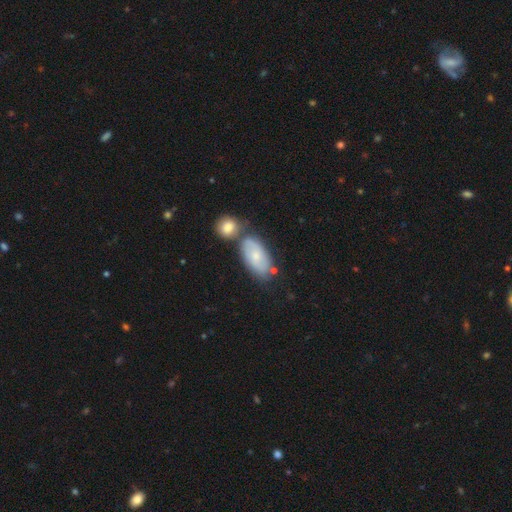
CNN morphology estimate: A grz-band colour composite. It shows a smooth galaxy with no disk features (60%) that is in between round and cigar-shaped (91%). Merging: none (48%).